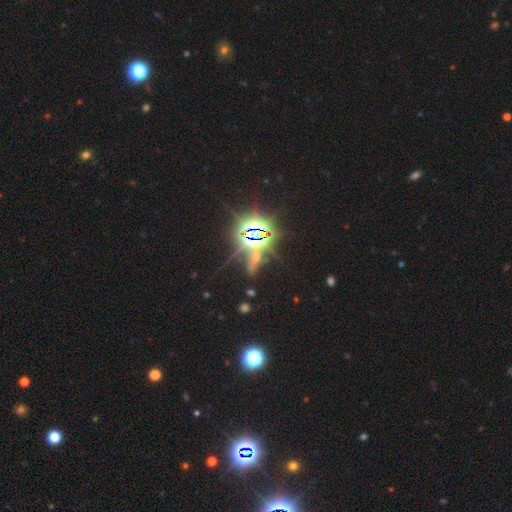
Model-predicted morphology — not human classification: star or artifact 78%, featured or disk 12%, smooth 10%.